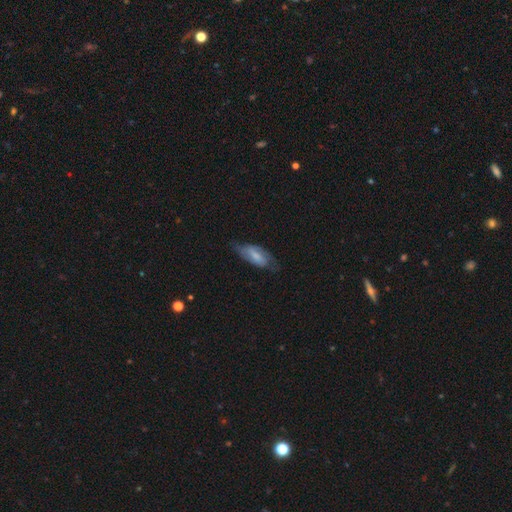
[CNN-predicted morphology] This is possibly a smooth galaxy (54%). How rounded: clearly in between (84%). Merging: possibly none (57%).